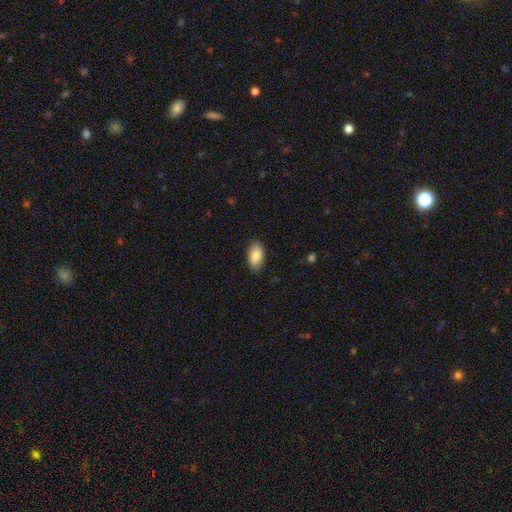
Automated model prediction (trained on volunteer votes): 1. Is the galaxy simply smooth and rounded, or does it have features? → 86% smooth, 7% featured or disk, 6% star or artifact.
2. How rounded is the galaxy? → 94% in between, 3% round, 3% cigar-shaped.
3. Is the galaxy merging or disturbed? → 86% none, 11% minor disturbance, 2% major disturbance, 1% merger.